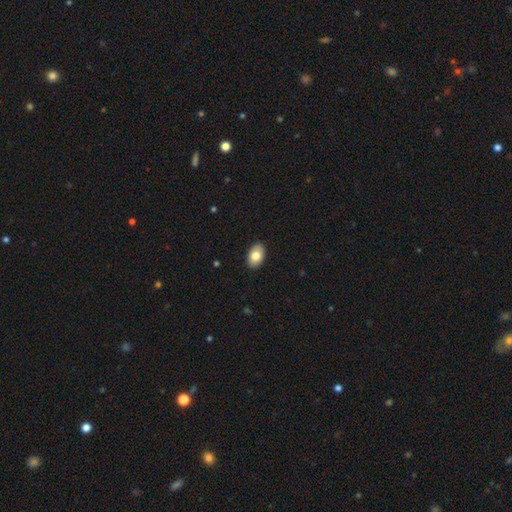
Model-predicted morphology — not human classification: Smooth or featured? smooth (80%)
How rounded? in between (91%)
Merging? none (90%)